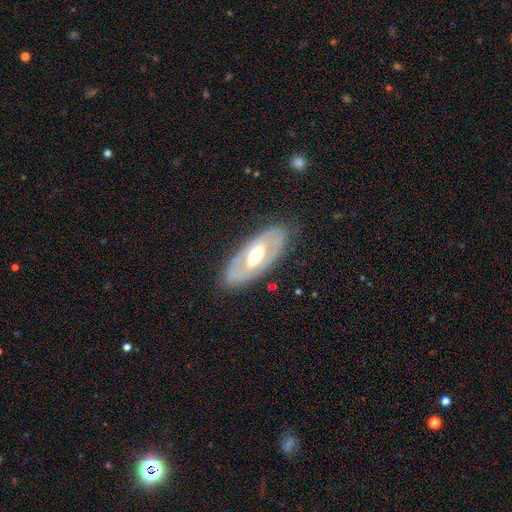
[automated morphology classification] A featured or disk galaxy (66%) with no bar (51%), no spiral arms (76%) and a moderate central bulge (66%). Merging: none (81%).